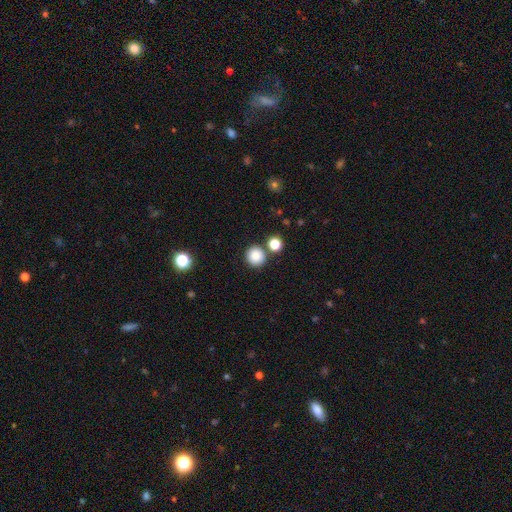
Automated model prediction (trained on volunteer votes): smooth-or-featured: smooth: 85% | star or artifact: 11% | featured or disk: 4%
  how-rounded: round: 94% | in between: 5% | cigar-shaped: 1%
  merging: none: 82% | merger: 9% | minor disturbance: 7% | major disturbance: 2%